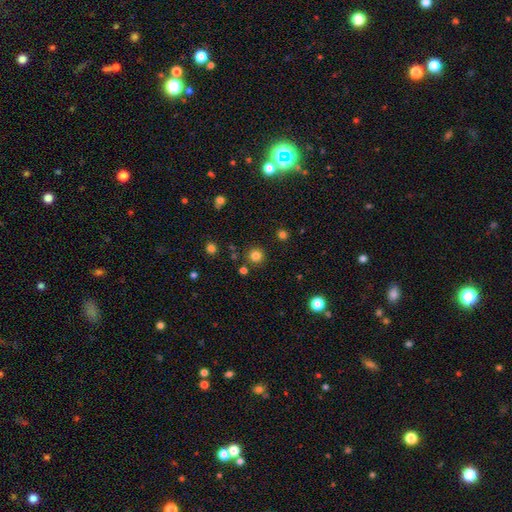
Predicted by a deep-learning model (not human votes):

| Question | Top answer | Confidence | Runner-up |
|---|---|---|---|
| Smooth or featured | smooth | 82% | star or artifact (14%) |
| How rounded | round | 95% | in between (5%) |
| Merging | none | 88% | minor disturbance (6%) |